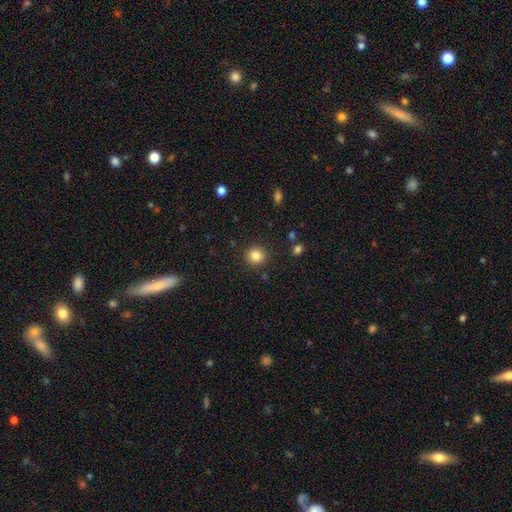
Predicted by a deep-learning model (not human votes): Q: Smooth or featured?
A: smooth (84%); runner-up: star or artifact (11%)
Q: How rounded?
A: round (93%); runner-up: in between (7%)
Q: Merging?
A: none (90%); runner-up: minor disturbance (6%)